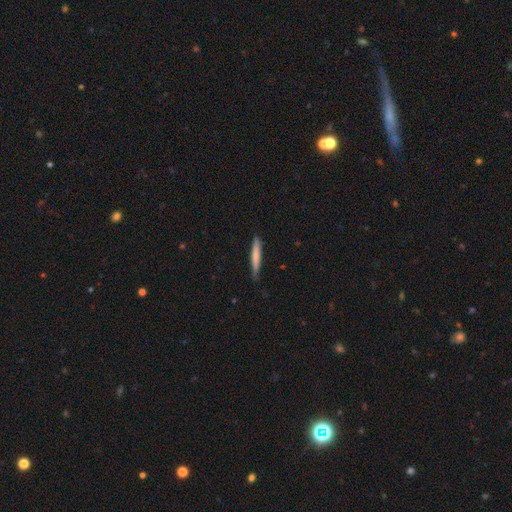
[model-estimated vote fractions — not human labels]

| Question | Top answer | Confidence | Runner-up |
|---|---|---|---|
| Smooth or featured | smooth | 71% | featured or disk (24%) |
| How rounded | cigar-shaped | 95% | in between (4%) |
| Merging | none | 81% | minor disturbance (15%) |